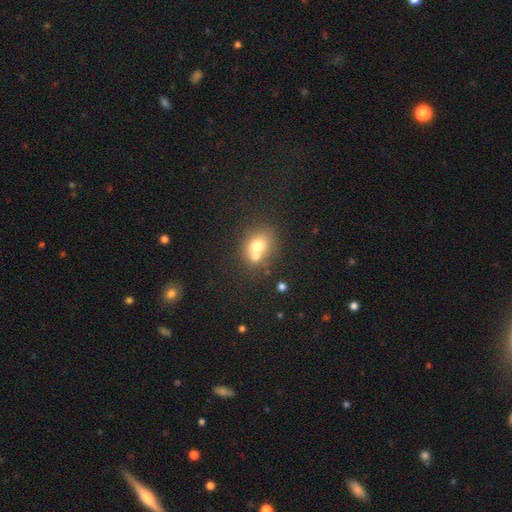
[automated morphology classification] type=smooth (69%); roundness=round (56%); merging=merger (50%).